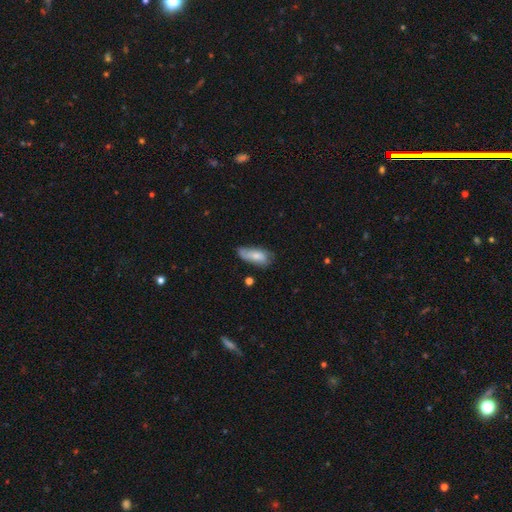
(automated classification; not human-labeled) smooth_or_featured: smooth (p=0.70) [alt: featured or disk p=0.23]
how_rounded: in between (p=0.82) [alt: cigar-shaped p=0.15]
merging: none (p=0.46) [alt: minor disturbance p=0.37]